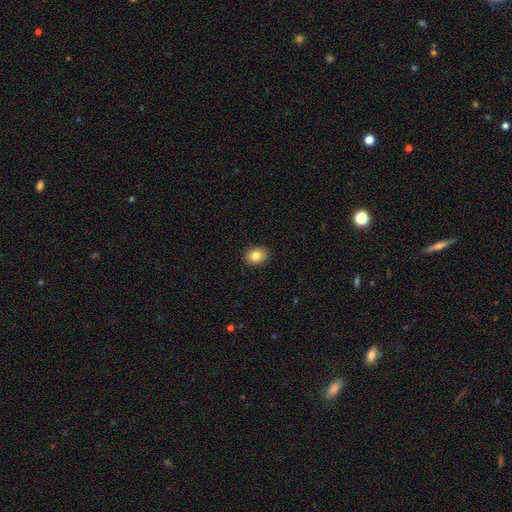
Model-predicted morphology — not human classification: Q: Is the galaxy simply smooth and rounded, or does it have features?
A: smooth — 82%.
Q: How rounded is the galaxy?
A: in between — 51%.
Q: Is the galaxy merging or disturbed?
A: none — 90%.